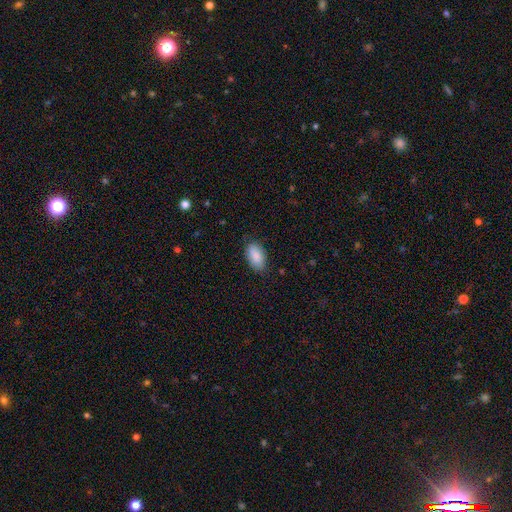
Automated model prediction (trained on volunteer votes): smooth_or_featured: smooth (p=0.88) [alt: star or artifact p=0.06]
how_rounded: in between (p=0.94) [alt: round p=0.03]
merging: none (p=0.81) [alt: minor disturbance p=0.15]